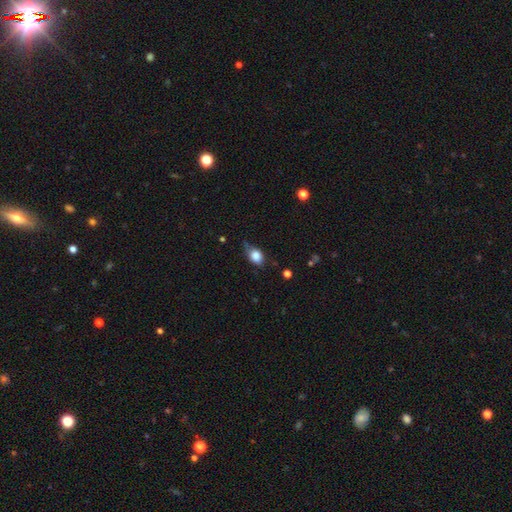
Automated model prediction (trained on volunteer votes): This is clearly a smooth galaxy (82%). How rounded: likely in between (63%). Merging: possibly none (51%).